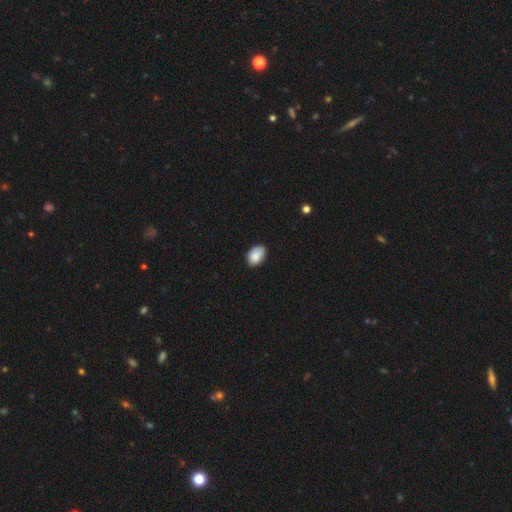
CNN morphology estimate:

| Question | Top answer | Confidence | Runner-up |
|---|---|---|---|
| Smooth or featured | smooth | 88% | star or artifact (7%) |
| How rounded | in between | 87% | round (12%) |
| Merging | none | 80% | minor disturbance (16%) |